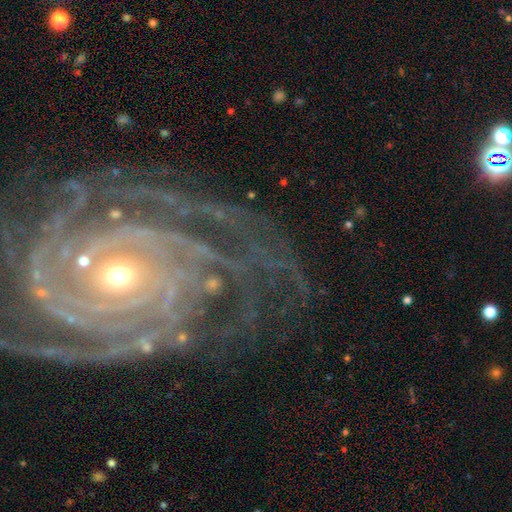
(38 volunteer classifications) featured or disk 87%, smooth 8%, star or artifact 5%. Down the decision tree: edge-on disk — no (100%); bar — no (70%); spiral arms — yes (100%); spiral arm count — 3 (33%); spiral winding — tight (91%); bulge size — moderate (55%); merging — none (56%).